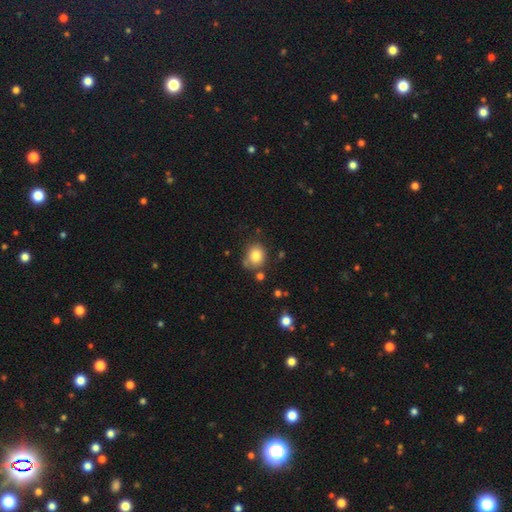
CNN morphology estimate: Overall: smooth (82%). How rounded: round (71%). Merging: none (72%).